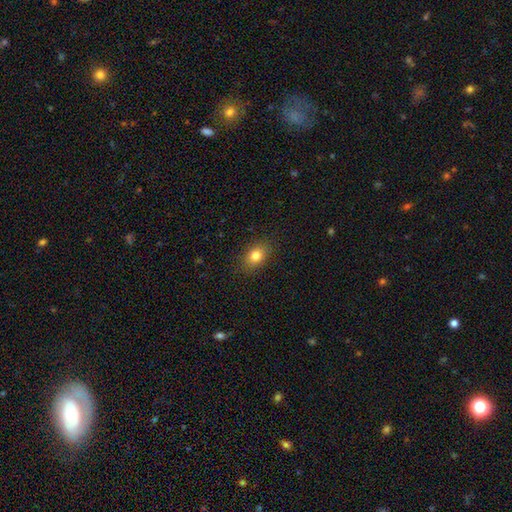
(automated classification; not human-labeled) smooth-or-featured: smooth: 81% | star or artifact: 11% | featured or disk: 8%
  how-rounded: in between: 67% | round: 31% | cigar-shaped: 2%
  merging: none: 87% | minor disturbance: 9% | major disturbance: 3% | merger: 1%